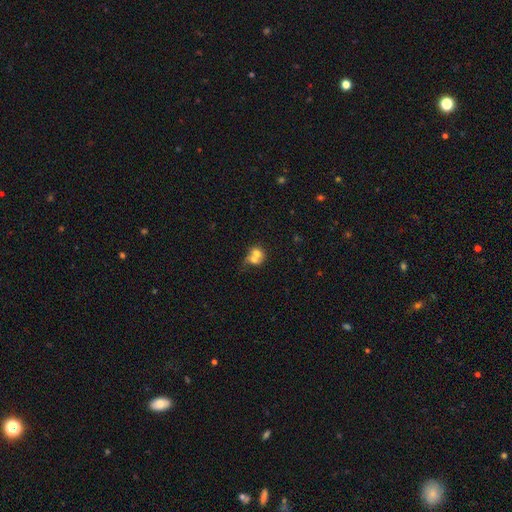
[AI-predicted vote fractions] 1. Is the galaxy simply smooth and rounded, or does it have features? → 64% smooth, 25% featured or disk, 10% star or artifact.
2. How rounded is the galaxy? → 63% round, 36% in between, 1% cigar-shaped.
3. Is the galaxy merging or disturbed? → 71% merger, 19% none, 6% minor disturbance, 4% major disturbance.